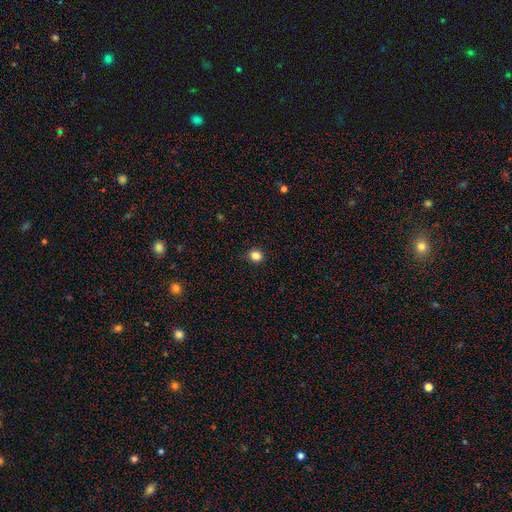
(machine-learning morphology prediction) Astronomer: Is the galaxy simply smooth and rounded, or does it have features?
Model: smooth — 84%.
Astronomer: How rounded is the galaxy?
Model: round — 83%.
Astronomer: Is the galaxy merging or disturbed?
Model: none — 91%.